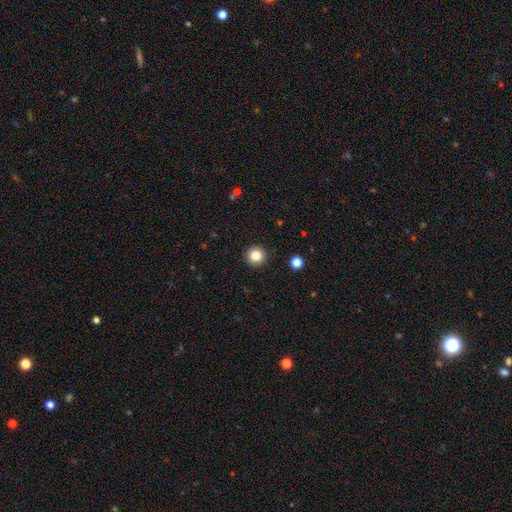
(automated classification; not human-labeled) This is clearly a smooth galaxy (85%). How rounded: clearly round (96%). Merging: clearly none (93%).